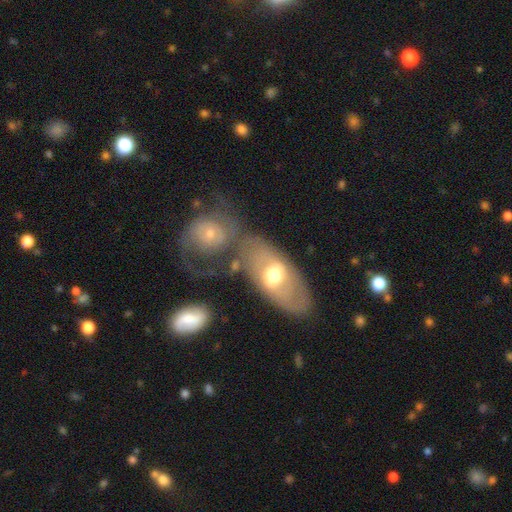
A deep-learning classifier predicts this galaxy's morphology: Smooth or featured?
  - featured or disk: 57% *
  - smooth: 35%
  - star or artifact: 9%
Edge-on disk?
  - no: 85% *
  - yes: 15%
Merging?
  - none: 52% *
  - merger: 23%
  - minor disturbance: 16%
  - major disturbance: 9%